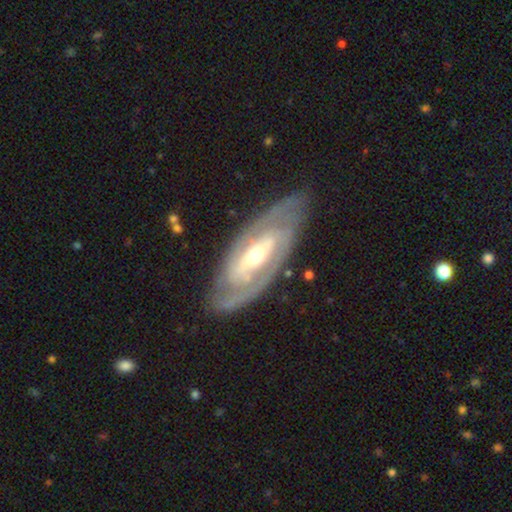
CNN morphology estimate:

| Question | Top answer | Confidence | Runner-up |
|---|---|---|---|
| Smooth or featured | featured or disk | 87% | smooth (9%) |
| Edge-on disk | no | 90% | yes (10%) |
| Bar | weak | 35% | strong (33%) |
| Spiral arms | yes | 90% | no (10%) |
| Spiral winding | tight | 63% | medium (30%) |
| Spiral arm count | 2 | 71% | can't tell (16%) |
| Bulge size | moderate | 59% | small (35%) |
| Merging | none | 81% | minor disturbance (14%) |